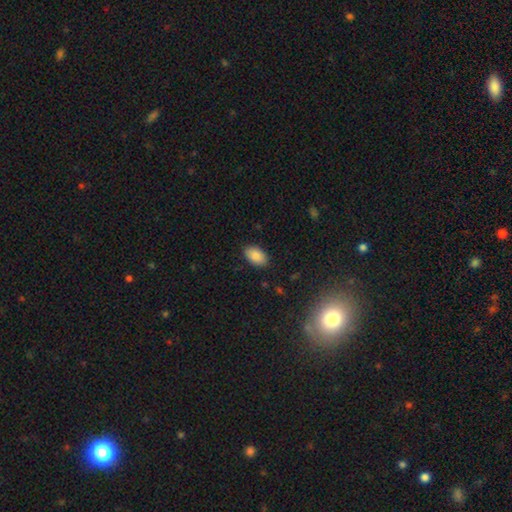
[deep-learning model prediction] This appears to be a smooth galaxy with no disk features (87%) that is in between round and cigar-shaped (93%). Merging: none (87%).